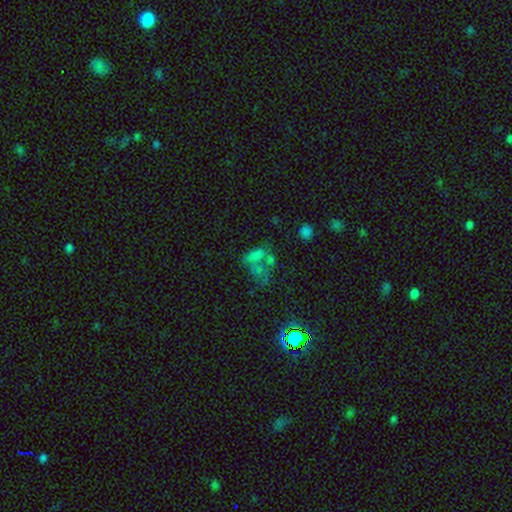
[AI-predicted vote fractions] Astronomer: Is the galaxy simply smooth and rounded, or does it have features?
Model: smooth — 56%.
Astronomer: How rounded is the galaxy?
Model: in between — 76%.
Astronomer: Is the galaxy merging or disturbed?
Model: merger — 47% (runner-up: none, 23%).